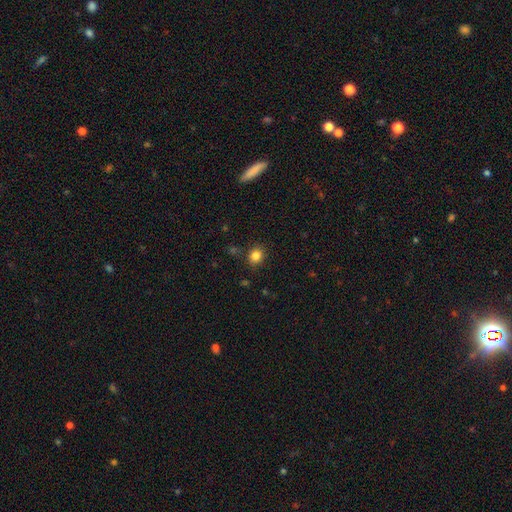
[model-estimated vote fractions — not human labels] Smooth or featured? Predicted: smooth (p=0.83). How rounded? Predicted: round (p=0.72). Merging? Predicted: none (p=0.86).